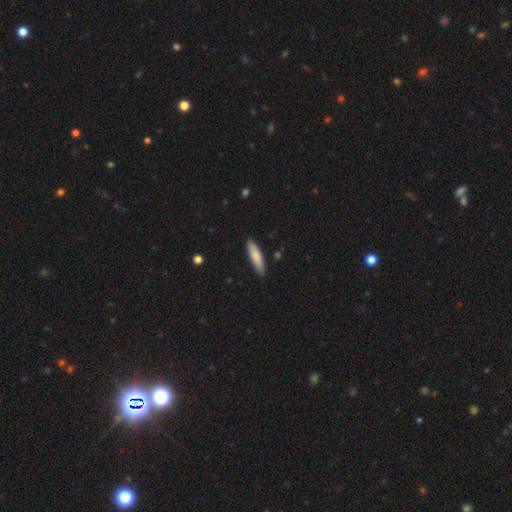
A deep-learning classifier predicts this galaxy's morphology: Q: Smooth or featured?
A: smooth (80%); runner-up: featured or disk (14%)
Q: How rounded?
A: cigar-shaped (75%); runner-up: in between (24%)
Q: Merging?
A: none (88%); runner-up: minor disturbance (9%)